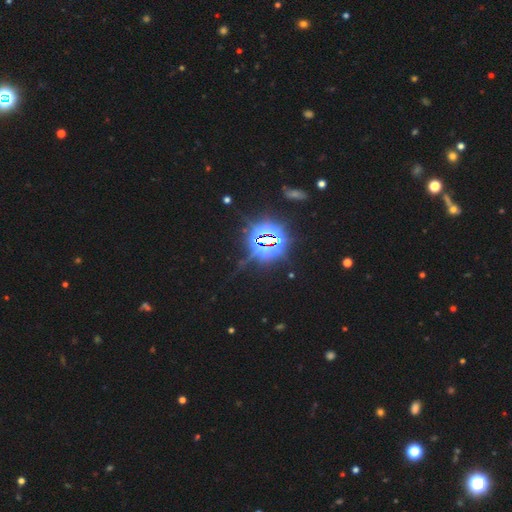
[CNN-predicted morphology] type=star or artifact (84%).